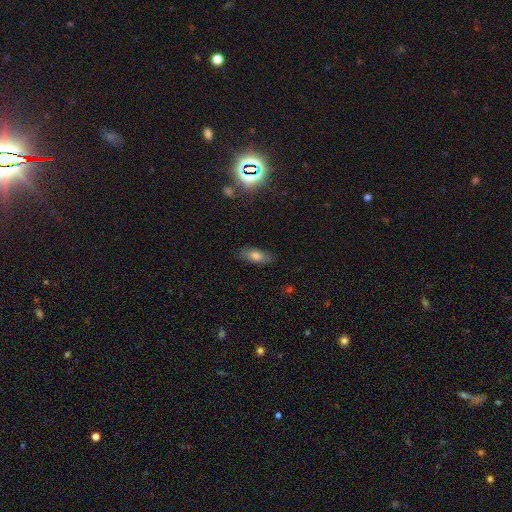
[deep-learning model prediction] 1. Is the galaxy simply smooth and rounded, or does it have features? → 72% smooth, 18% featured or disk, 9% star or artifact.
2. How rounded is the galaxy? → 76% in between, 21% cigar-shaped, 4% round.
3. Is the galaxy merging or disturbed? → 84% none, 12% minor disturbance, 3% major disturbance, 1% merger.